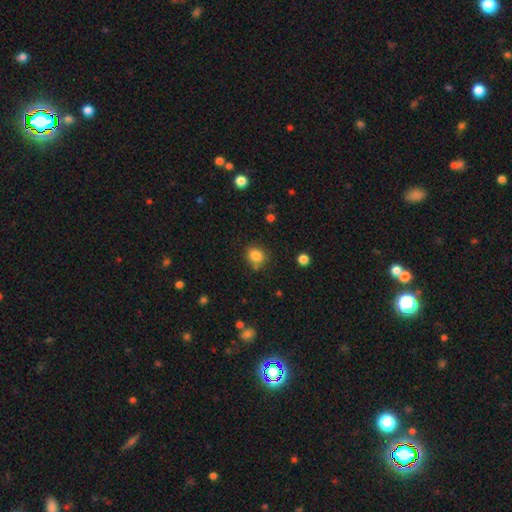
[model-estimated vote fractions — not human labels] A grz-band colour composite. It shows a smooth galaxy with no disk features (84%) that is round (68%). Merging: none (77%).